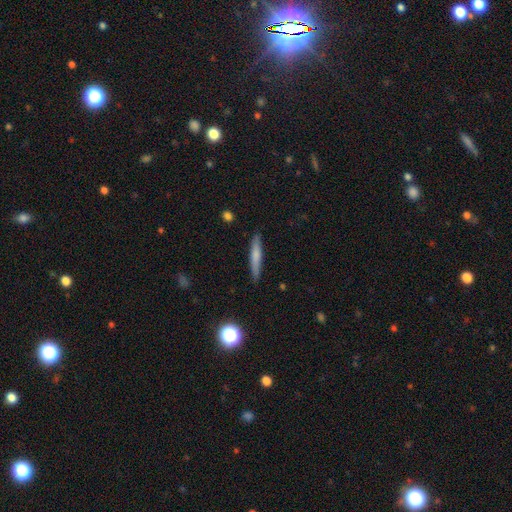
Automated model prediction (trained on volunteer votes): Q: Smooth or featured?
A: smooth (64%); runner-up: featured or disk (30%)
Q: How rounded?
A: cigar-shaped (92%); runner-up: in between (6%)
Q: Merging?
A: none (87%); runner-up: minor disturbance (9%)